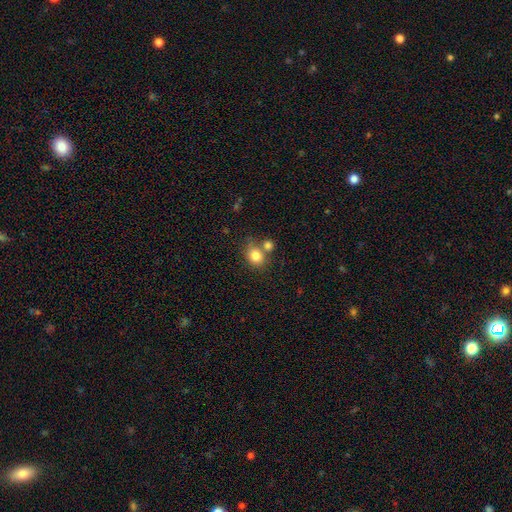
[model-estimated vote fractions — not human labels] This appears to be a smooth galaxy with no disk features (80%) that is round (67%). Merging: none (56%).